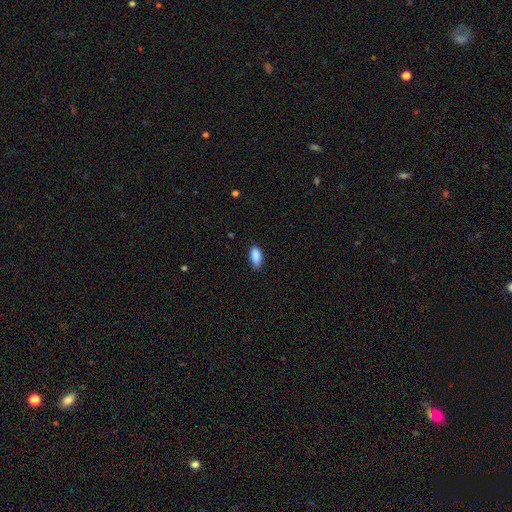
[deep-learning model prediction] Morphology: type=smooth (89%); roundness=in between (88%); merging=none (73%).